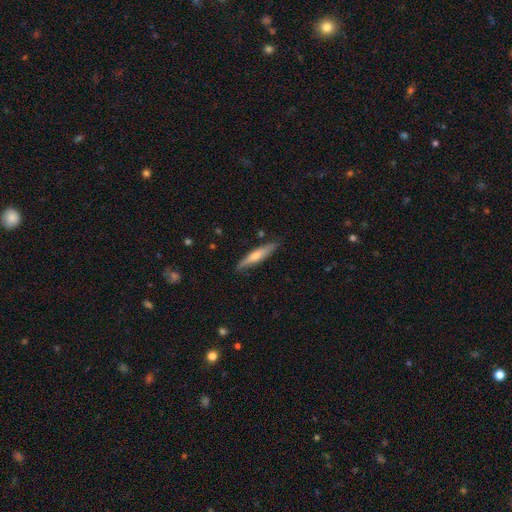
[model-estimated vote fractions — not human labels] Smooth or featured? featured or disk (53%)
Edge-on disk? yes (92%)
Merging? none (86%)